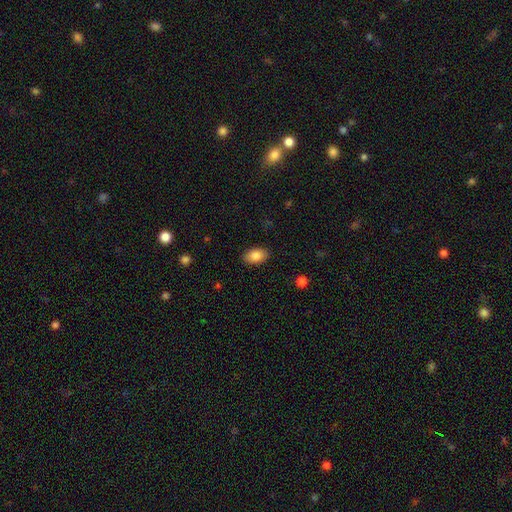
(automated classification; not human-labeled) This is clearly a smooth galaxy (86%). How rounded: clearly in between (90%). Merging: clearly none (88%).